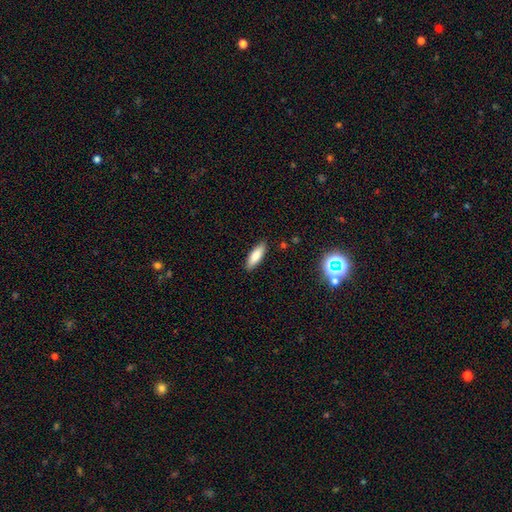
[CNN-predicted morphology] Q: Smooth or featured?
A: smooth (82%); runner-up: featured or disk (11%)
Q: How rounded?
A: in between (54%); runner-up: cigar-shaped (44%)
Q: Merging?
A: none (88%); runner-up: minor disturbance (9%)